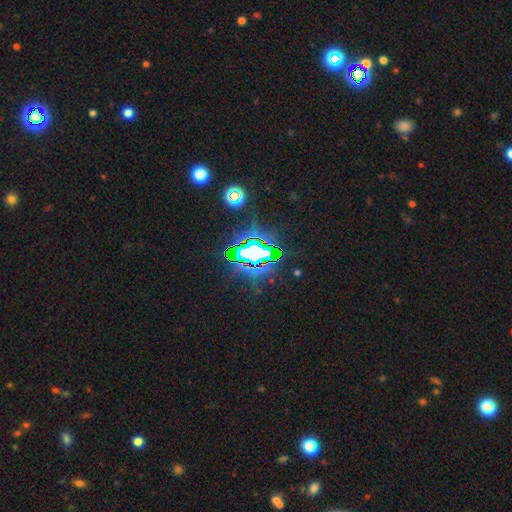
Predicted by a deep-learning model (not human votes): Overall: star or artifact (73%).